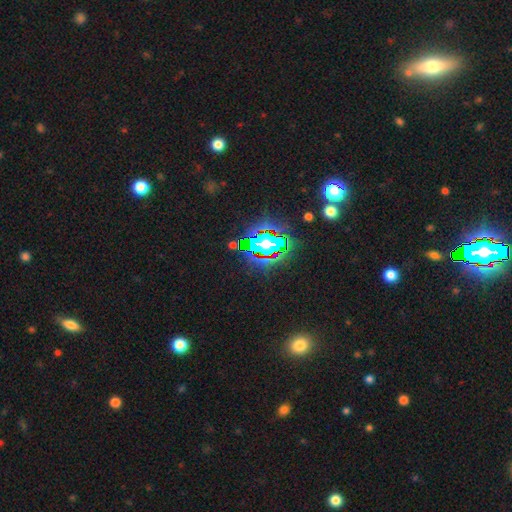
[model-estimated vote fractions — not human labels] smooth_or_featured: star or artifact (p=0.81) [alt: smooth p=0.11]